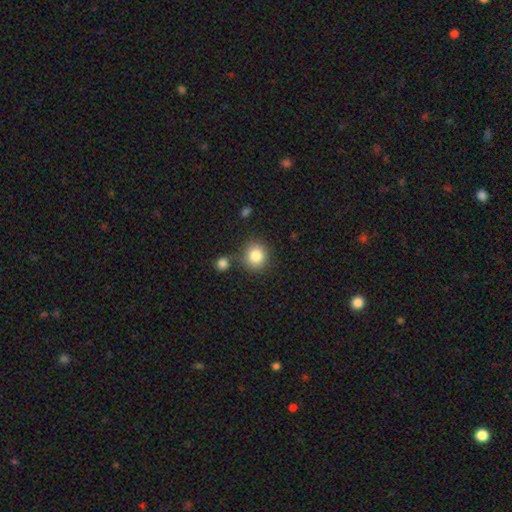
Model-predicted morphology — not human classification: smooth 84%, star or artifact 10%, featured or disk 7%. Down the decision tree: how rounded — round (88%); merging — none (76%).